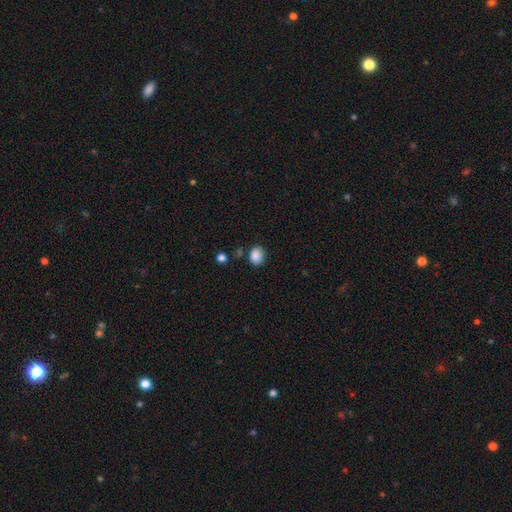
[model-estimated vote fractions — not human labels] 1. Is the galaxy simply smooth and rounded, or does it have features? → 87% smooth, 9% star or artifact, 4% featured or disk.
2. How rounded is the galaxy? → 50% in between, 49% round, 1% cigar-shaped.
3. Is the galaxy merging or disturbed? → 80% none, 13% minor disturbance, 4% merger, 3% major disturbance.